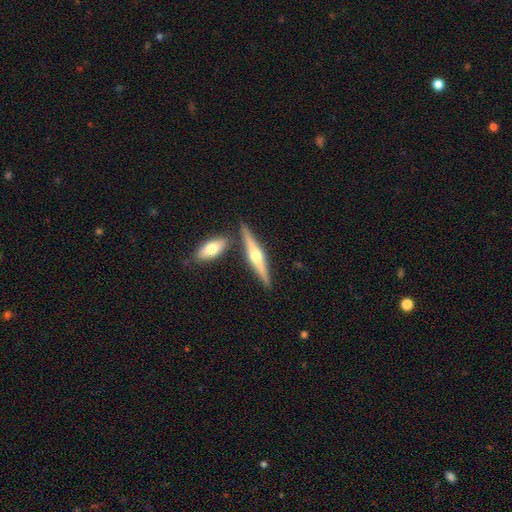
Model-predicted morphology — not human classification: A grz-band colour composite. It shows a featured or disk galaxy (72%) viewed edge-on (97%) with a rounded central bulge (93%). Merging: none (80%).